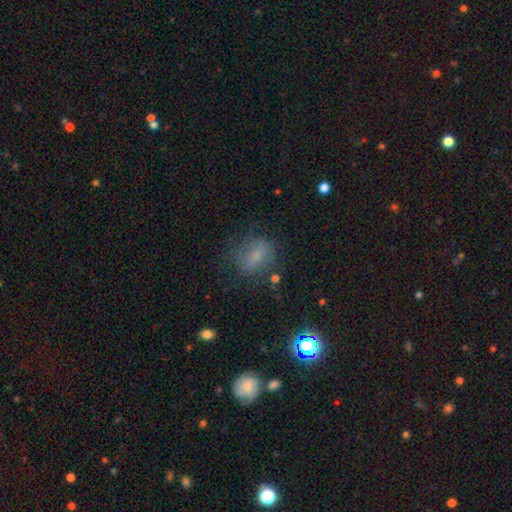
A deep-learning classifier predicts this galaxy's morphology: Overall: smooth (62%). How rounded: in between (61%; round 33%). Merging: none (66%).